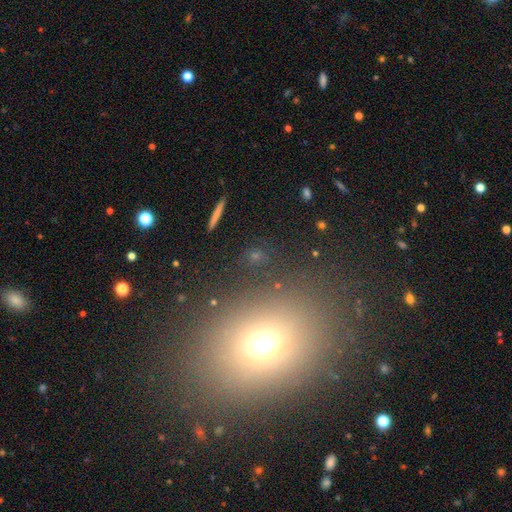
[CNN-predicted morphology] smooth_or_featured: smooth (p=0.48) [alt: star or artifact p=0.35]
merging: none (p=0.84) [alt: minor disturbance p=0.08]